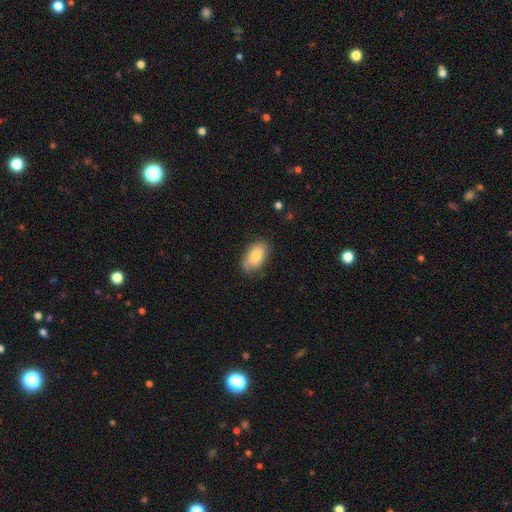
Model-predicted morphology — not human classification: Smooth or featured? Predicted: smooth (p=0.73). How rounded? Predicted: in between (p=0.92). Merging? Predicted: none (p=0.68).